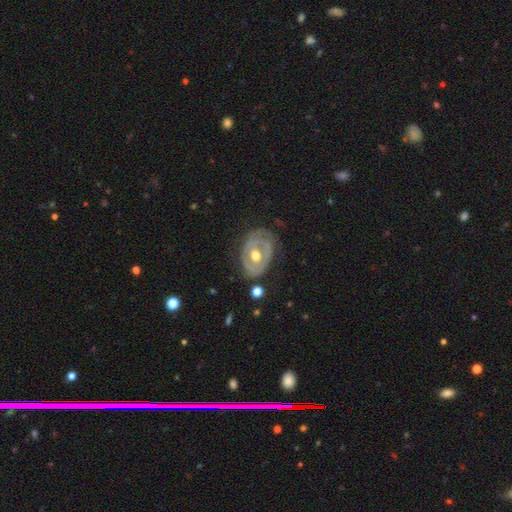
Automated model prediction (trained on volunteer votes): Smooth or featured? Predicted: featured or disk (p=0.70). Edge-on disk? Predicted: no (p=0.95). Bar? Predicted: no (p=0.75). Spiral arms? Predicted: no (p=0.55). Bulge size? Predicted: moderate (p=0.78). Merging? Predicted: none (p=0.62).